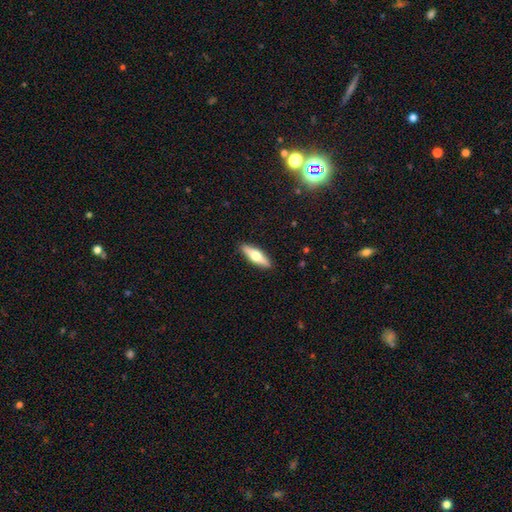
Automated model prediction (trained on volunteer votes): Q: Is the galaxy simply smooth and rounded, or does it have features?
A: smooth — 54%.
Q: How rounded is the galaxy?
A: cigar-shaped — 57%.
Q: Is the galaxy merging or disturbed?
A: none — 90%.